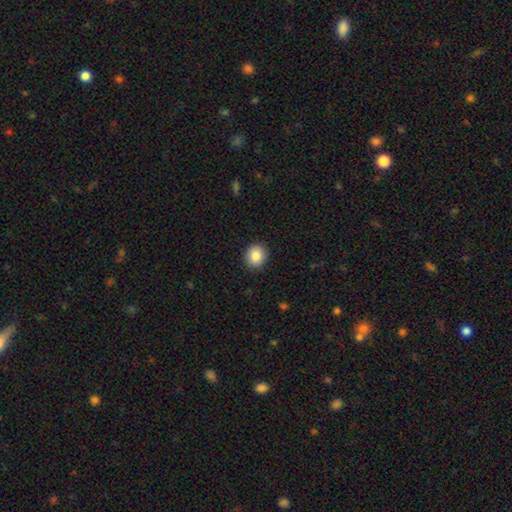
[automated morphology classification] Smooth or featured: smooth — 85% (star or artifact — 9%)
How rounded: round — 81% (in between — 18%)
Merging: none — 91% (minor disturbance — 6%)